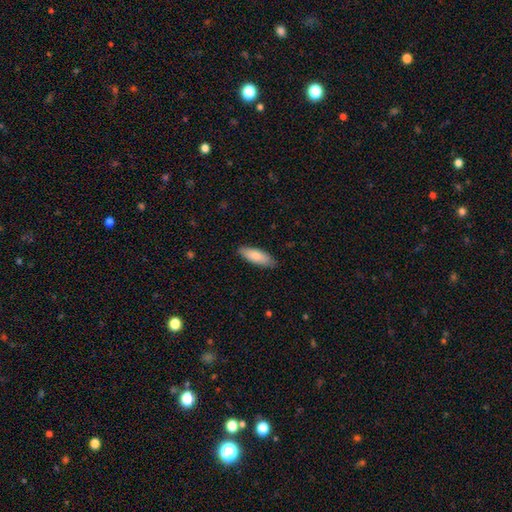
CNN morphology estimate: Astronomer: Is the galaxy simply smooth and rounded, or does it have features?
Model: smooth — 81%.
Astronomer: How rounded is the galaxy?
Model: in between — 64%.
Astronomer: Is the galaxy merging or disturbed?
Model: none — 86%.